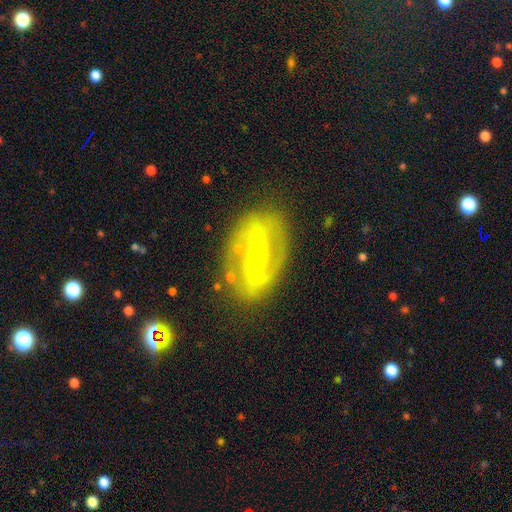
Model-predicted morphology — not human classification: The model was most divided on "spiral winding": medium: 43%, loose: 29%, tight: 28%. More confident: edge-on disk — no (92%); spiral arm count — 2 (85%); smooth or featured — featured or disk (83%); spiral arms — yes (79%); merging — none (76%); bulge size — small (70%); bar — strong (58%).